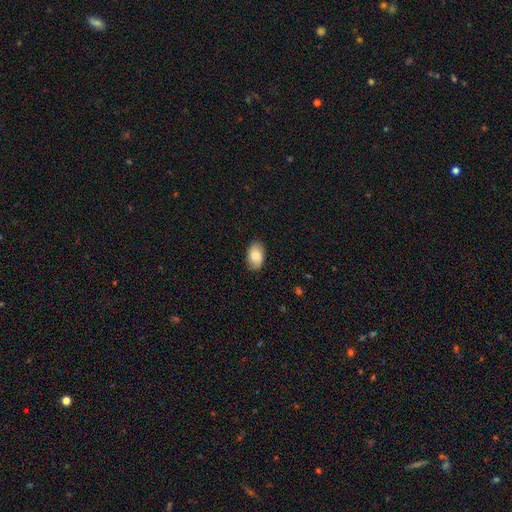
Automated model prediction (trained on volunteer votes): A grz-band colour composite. It shows a smooth galaxy with no disk features (85%) that is in between round and cigar-shaped (93%). Merging: none (87%).